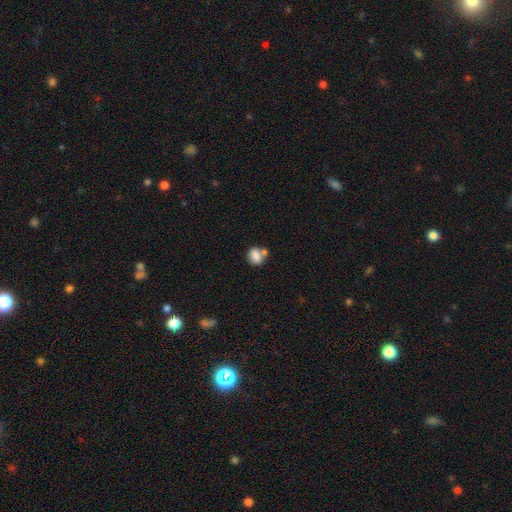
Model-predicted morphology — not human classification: Smooth or featured? Predicted: smooth (p=0.82). How rounded? Predicted: in between (p=0.56). Merging? Predicted: none (p=0.48).